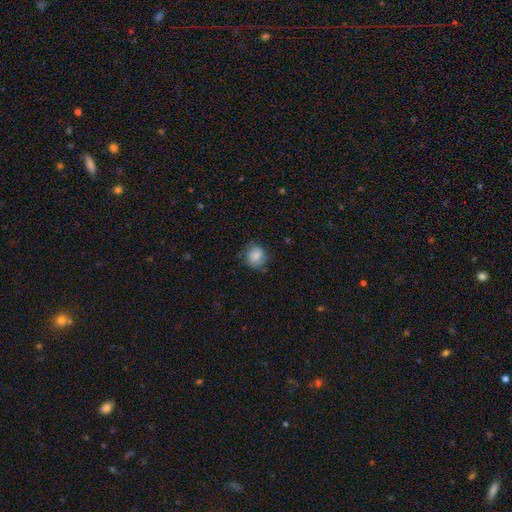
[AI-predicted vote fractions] This is likely a smooth galaxy (76%). How rounded: likely round (78%). Merging: likely none (68%).